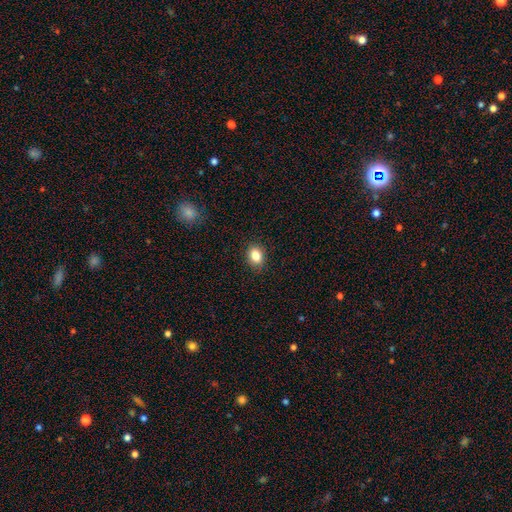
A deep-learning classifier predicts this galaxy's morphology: smooth 84%, star or artifact 10%, featured or disk 7%. Down the decision tree: how rounded — in between (65%); merging — none (89%).